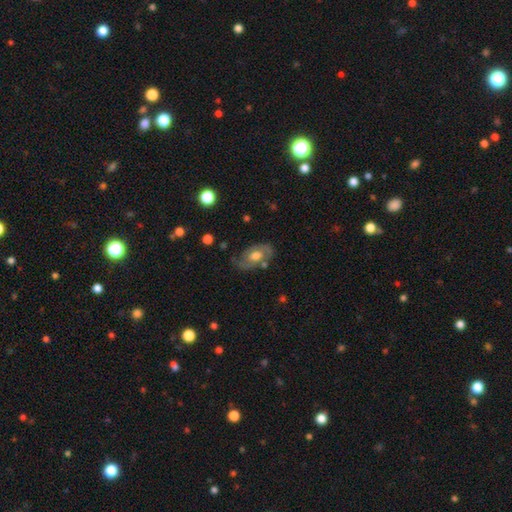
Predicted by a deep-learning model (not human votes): A featured or disk galaxy (62%) with no bar (69%), spiral arms (63%) and a moderate central bulge (65%).

Vote fractions:
- Smooth or featured? featured or disk: 62% / smooth: 32% / star or artifact: 6%
- Edge-on disk? no: 93% / yes: 7%
- Bar? no: 69% / weak: 26% / strong: 6%
- Spiral arms? yes: 63% / no: 37%
- Bulge size? moderate: 65% / large: 23% / small: 9% / none: 2% / dominant: 1%
- Merging? none: 66% / minor disturbance: 22% / major disturbance: 8% / merger: 4%